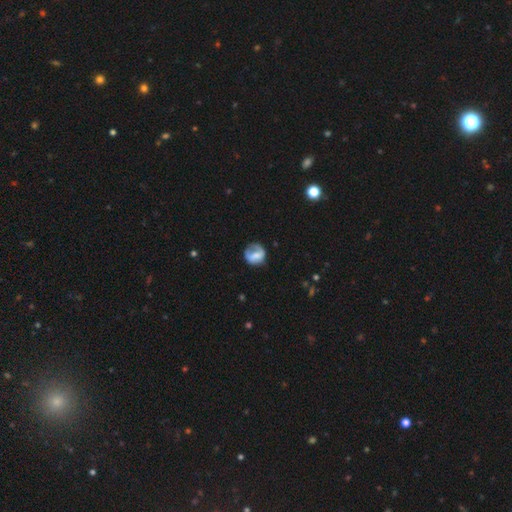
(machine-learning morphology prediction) smooth_or_featured: smooth (p=0.60) [alt: featured or disk p=0.33]
how_rounded: round (p=0.78) [alt: in between p=0.21]
merging: none (p=0.50) [alt: minor disturbance p=0.27]